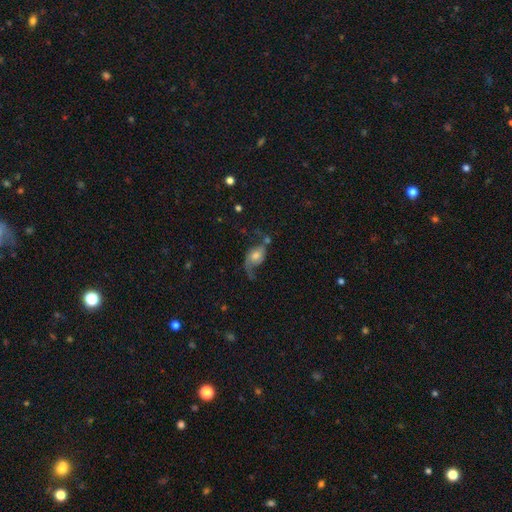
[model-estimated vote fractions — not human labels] Smooth or featured: featured or disk — 67% (smooth — 23%)
Edge-on disk: no — 96% (yes — 4%)
Bar: no — 65% (weak — 29%)
Spiral arms: yes — 89% (no — 11%)
Spiral winding: loose — 72% (medium — 22%)
Spiral arm count: 2 — 75% (1 — 18%)
Bulge size: moderate — 52% (small — 21%)
Merging: none — 45% (major disturbance — 25%)